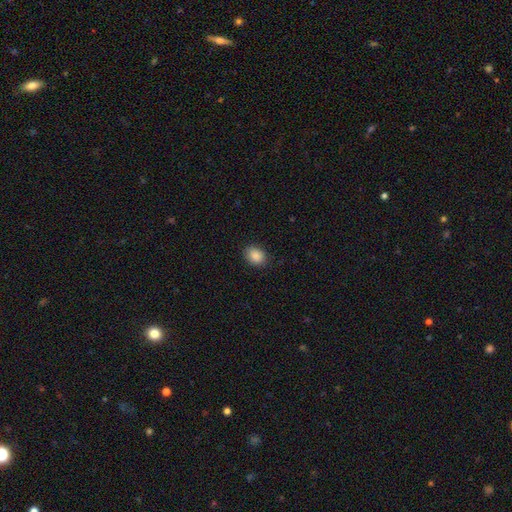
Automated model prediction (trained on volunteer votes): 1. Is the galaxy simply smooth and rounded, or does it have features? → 88% smooth, 8% star or artifact, 4% featured or disk.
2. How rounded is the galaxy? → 64% in between, 35% round, 1% cigar-shaped.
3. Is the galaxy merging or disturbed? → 88% none, 8% minor disturbance, 2% major disturbance, 1% merger.